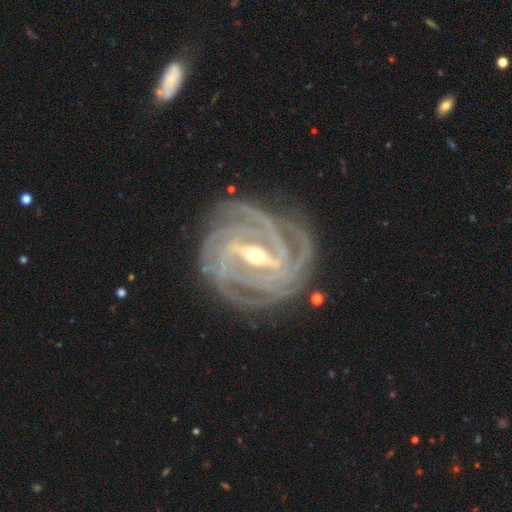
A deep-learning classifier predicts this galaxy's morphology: This is clearly a featured or disk galaxy (93%). It is clearly not viewed edge-on (96%). Bar: likely strong (76%). Spiral arm pattern: clearly yes (98%). Spiral arm count: marginally 4 (35%). Spiral winding: likely tight (79%). Central bulge: possibly moderate (53%). Merging: likely none (80%).